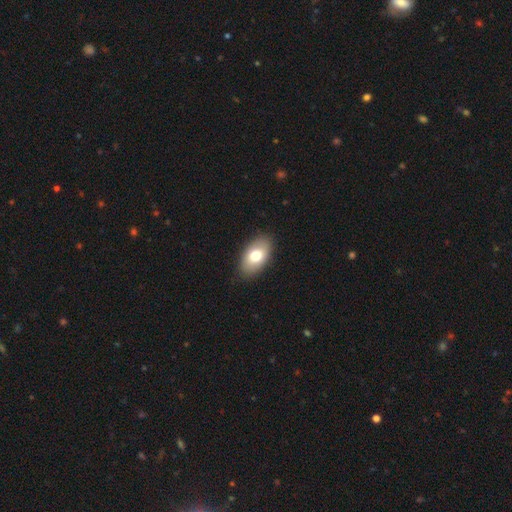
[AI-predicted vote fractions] smooth_or_featured: smooth (p=0.74) [alt: featured or disk p=0.20]
how_rounded: in between (p=0.93) [alt: round p=0.05]
merging: none (p=0.87) [alt: minor disturbance p=0.09]